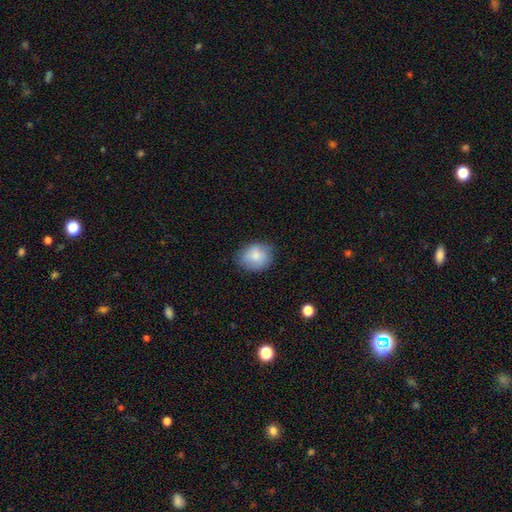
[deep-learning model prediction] This appears to be a smooth galaxy with no disk features (82%) that is round (54%). Merging: none (77%).